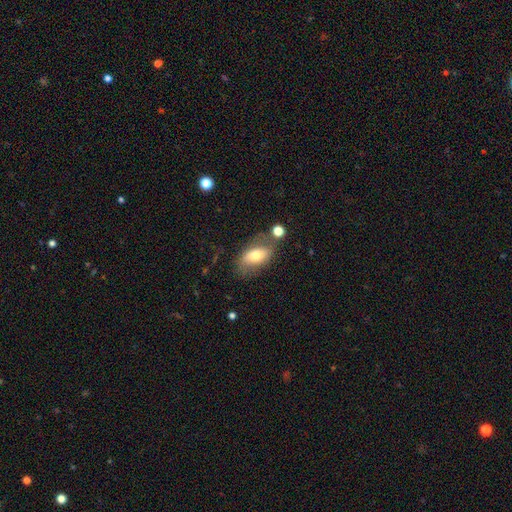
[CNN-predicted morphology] type=smooth (63%); roundness=in between (89%); merging=none (60%).